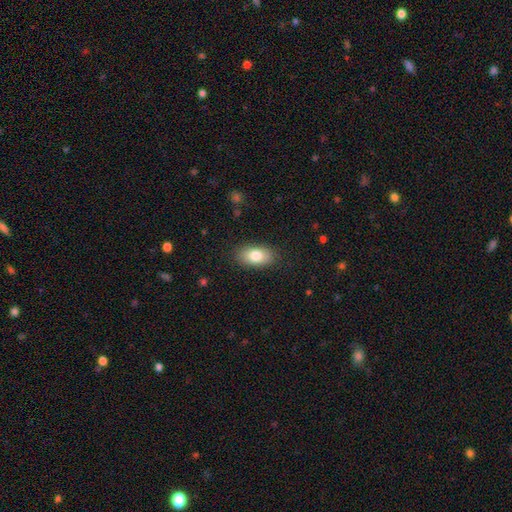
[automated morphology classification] smooth 81%, featured or disk 11%, star or artifact 7%. Down the decision tree: how rounded — in between (92%); merging — none (86%).